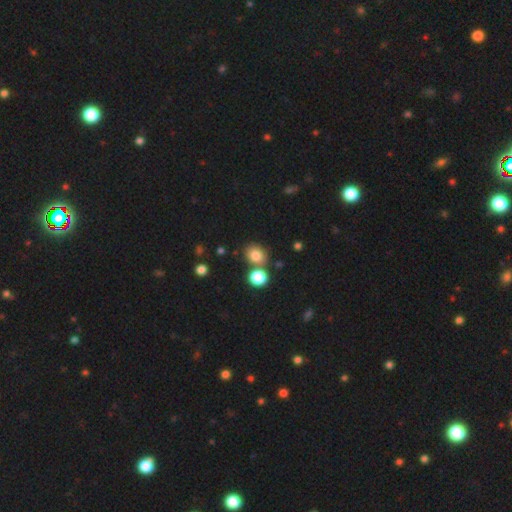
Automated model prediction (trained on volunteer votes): This is clearly a smooth galaxy (80%). How rounded: likely round (61%). Merging: likely none (66%).